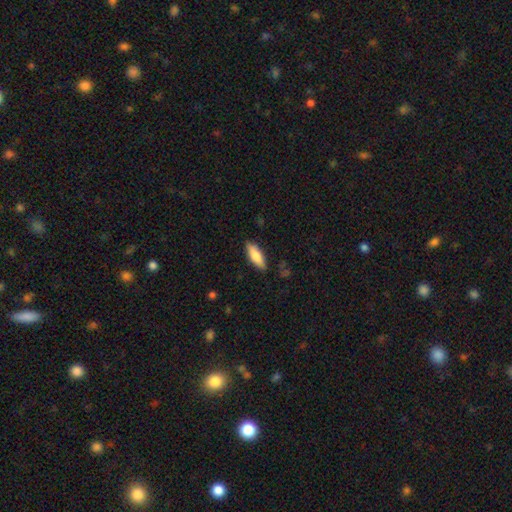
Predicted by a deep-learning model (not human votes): Overall: smooth (80%). How rounded: in between (60%; cigar-shaped 38%). Merging: none (85%).